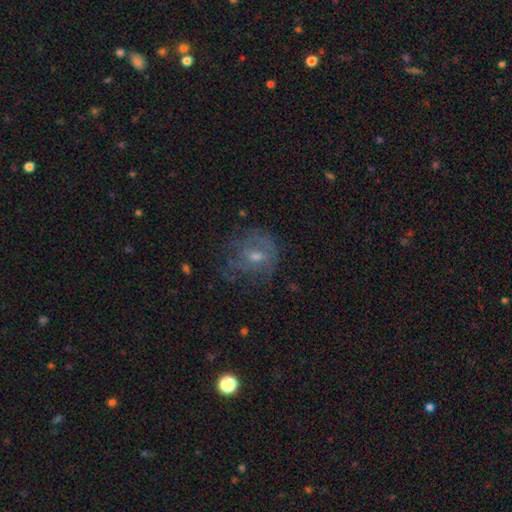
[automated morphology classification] A featured or disk galaxy (57%) with no bar (57%), spiral arms (57%) and a moderate central bulge (47%).

Vote fractions:
- Smooth or featured? featured or disk: 57% / smooth: 30% / star or artifact: 13%
- Edge-on disk? no: 97% / yes: 3%
- Bar? no: 57% / weak: 37% / strong: 6%
- Spiral arms? yes: 57% / no: 43%
- Bulge size? moderate: 47% / small: 45% / none: 5% / large: 2% / dominant: 1%
- Merging? none: 53% / minor disturbance: 23% / major disturbance: 22% / merger: 2%